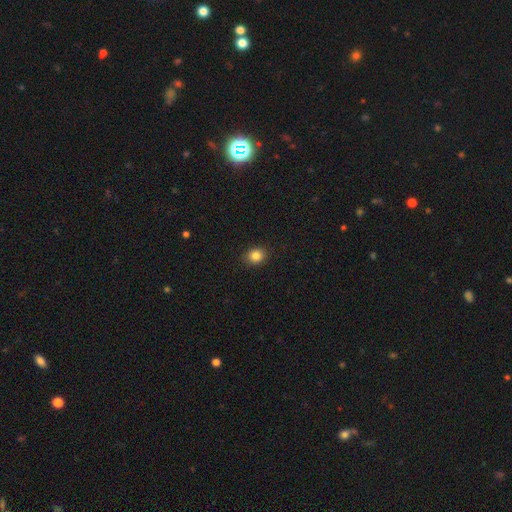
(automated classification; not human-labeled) This is clearly a smooth galaxy (84%). How rounded: likely round (69%). Merging: clearly none (91%).